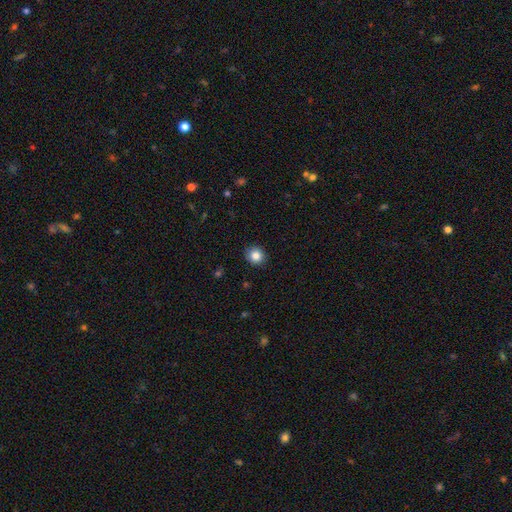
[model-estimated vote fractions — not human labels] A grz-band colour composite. It shows a smooth galaxy with no disk features (84%) that is round (84%). Merging: none (89%).